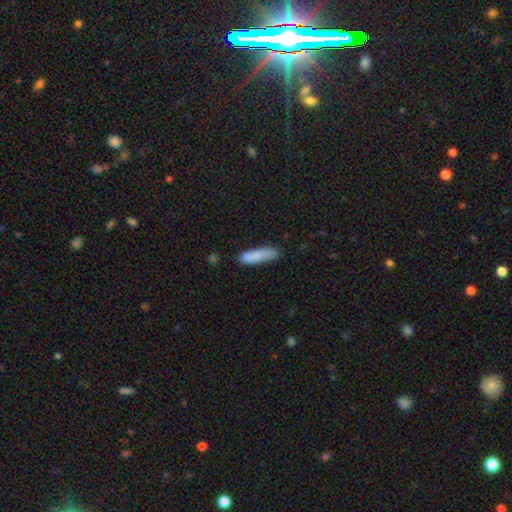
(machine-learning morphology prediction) Smooth or featured?
  - smooth: 84% *
  - featured or disk: 10%
  - star or artifact: 6%
How rounded?
  - cigar-shaped: 71% *
  - in between: 27%
  - round: 1%
Merging?
  - none: 79% *
  - minor disturbance: 16%
  - major disturbance: 3%
  - merger: 2%